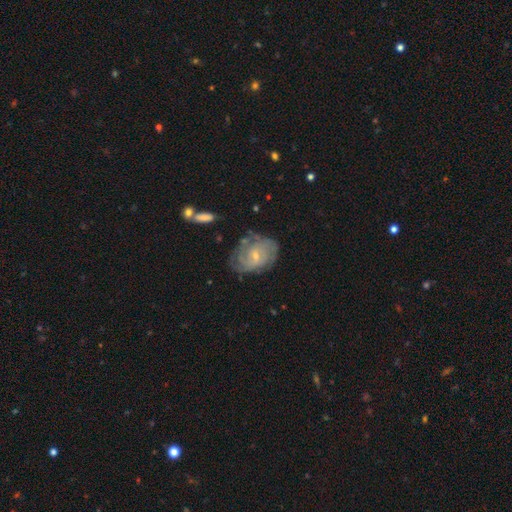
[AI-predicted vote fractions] A featured or disk galaxy (72%) with no bar (56%), tight (57%) spiral arms (84%) and a small central bulge (72%).

Vote fractions:
- Smooth or featured? featured or disk: 72% / smooth: 21% / star or artifact: 7%
- Edge-on disk? no: 97% / yes: 3%
- Bar? no: 56% / weak: 37% / strong: 6%
- Spiral arms? yes: 84% / no: 16%
- Spiral winding? tight: 57% / medium: 32% / loose: 12%
- Spiral arm count? can't tell: 50% / 2: 22% / 3: 12% / 4: 7% / 1: 5% / more than 4: 4%
- Bulge size? small: 72% / moderate: 24% / none: 2% / large: 1% / dominant: 1%
- Merging? none: 63% / minor disturbance: 24% / major disturbance: 11% / merger: 3%